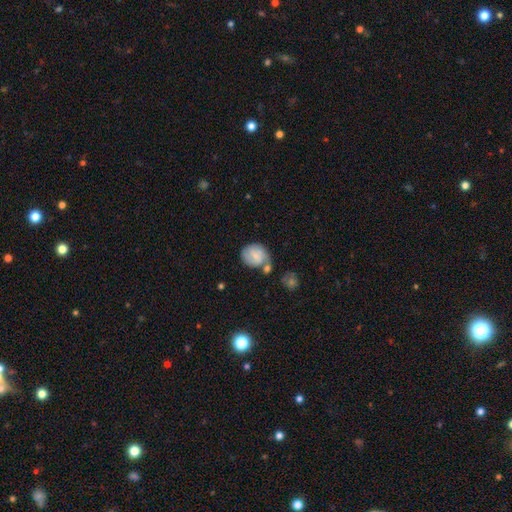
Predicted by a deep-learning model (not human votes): smooth 59%, featured or disk 34%, star or artifact 8%. Down the decision tree: how rounded — round (64%); merging — none (43%).